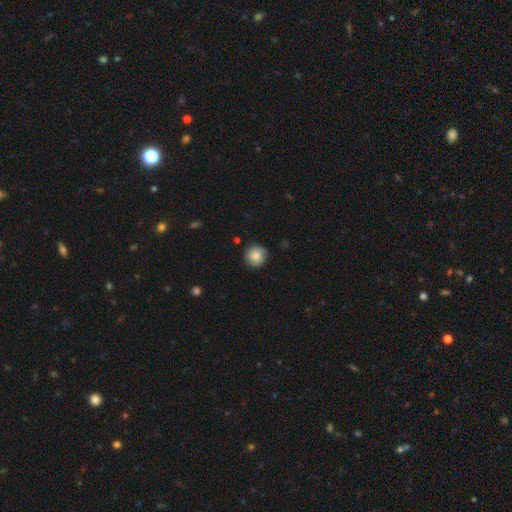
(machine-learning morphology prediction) The model was most divided on "merging": none: 81%, minor disturbance: 15%, major disturbance: 3%, merger: 1%. More confident: how rounded — round (93%); smooth or featured — smooth (81%).